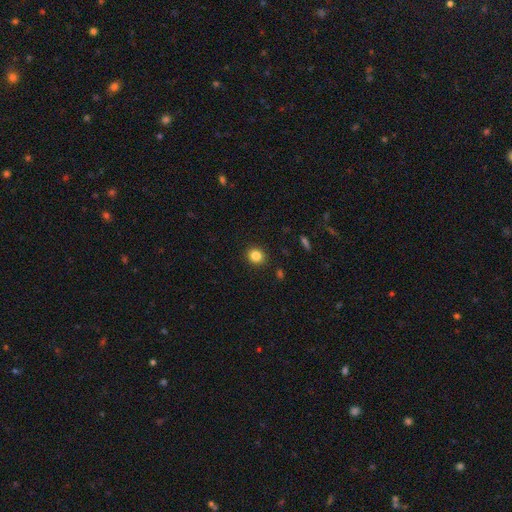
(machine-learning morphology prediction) smooth_or_featured: smooth (p=0.84) [alt: star or artifact p=0.11]
how_rounded: round (p=0.77) [alt: in between p=0.22]
merging: none (p=0.90) [alt: minor disturbance p=0.07]